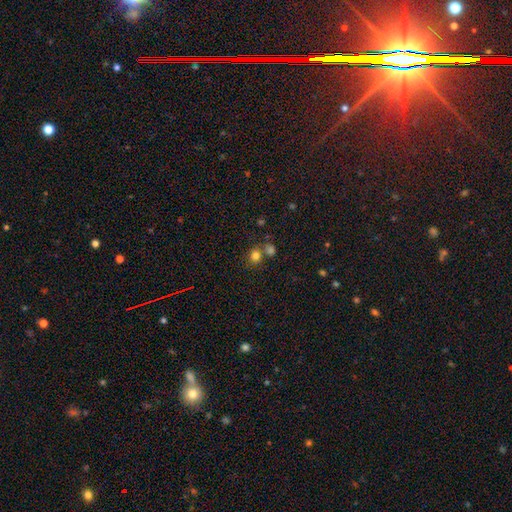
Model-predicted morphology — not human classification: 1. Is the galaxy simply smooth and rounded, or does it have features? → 79% smooth, 15% star or artifact, 6% featured or disk.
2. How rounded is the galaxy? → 80% round, 20% in between, 1% cigar-shaped.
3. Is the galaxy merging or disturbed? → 62% none, 26% merger, 9% minor disturbance, 4% major disturbance.